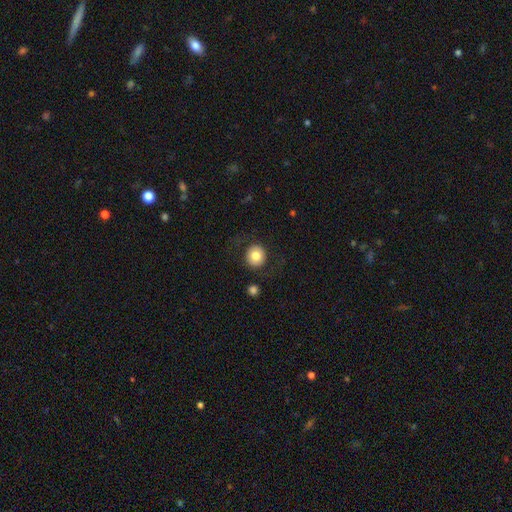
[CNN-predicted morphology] This is likely a smooth galaxy (80%). How rounded: clearly round (89%). Merging: clearly none (84%).